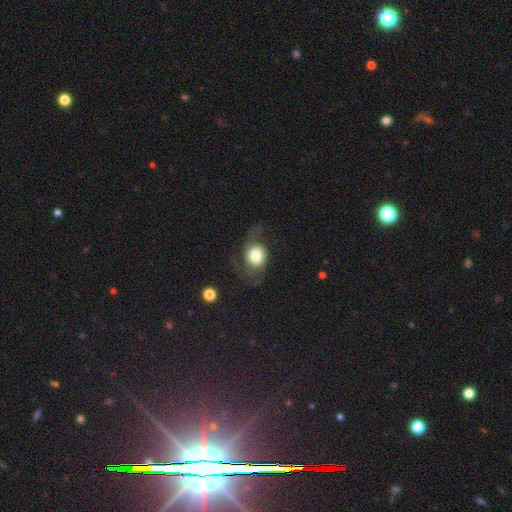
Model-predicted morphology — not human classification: A smooth galaxy with no disk features (59%) that is round (61%).

Vote fractions:
- Smooth or featured? smooth: 59% / featured or disk: 33% / star or artifact: 8%
- How rounded? round: 61% / in between: 38% / cigar-shaped: 1%
- Merging? none: 45% / major disturbance: 31% / minor disturbance: 22% / merger: 2%